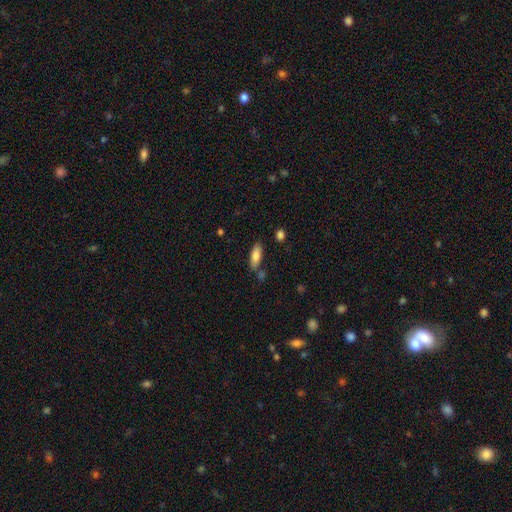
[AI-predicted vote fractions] The model was most divided on "how rounded": in between: 68%, cigar-shaped: 30%, round: 2%. More confident: smooth or featured — smooth (81%); merging — none (73%).